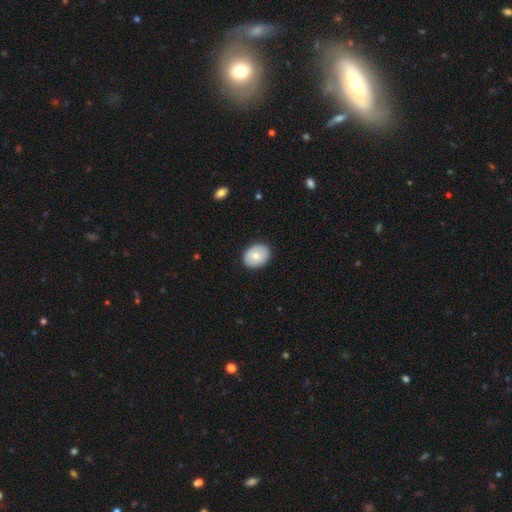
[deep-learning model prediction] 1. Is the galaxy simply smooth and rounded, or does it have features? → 73% smooth, 20% featured or disk, 7% star or artifact.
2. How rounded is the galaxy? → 57% in between, 42% round, 1% cigar-shaped.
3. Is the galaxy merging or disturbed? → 88% none, 9% minor disturbance, 2% major disturbance, 1% merger.